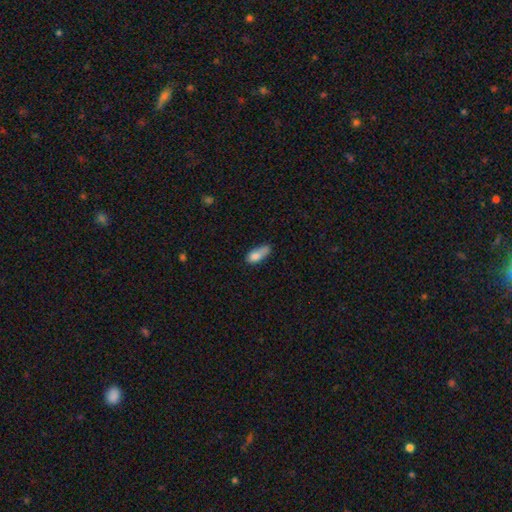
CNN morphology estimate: Smooth or featured?
  - smooth: 77% *
  - featured or disk: 15%
  - star or artifact: 8%
How rounded?
  - in between: 77% *
  - cigar-shaped: 18%
  - round: 4%
Merging?
  - minor disturbance: 38% *
  - none: 34%
  - major disturbance: 17%
  - merger: 11%